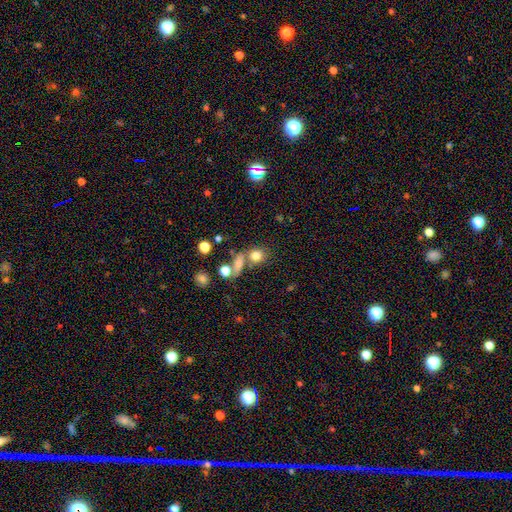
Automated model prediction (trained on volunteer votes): This appears to be a smooth galaxy with no disk features (77%) that is round (69%). Merging: none (53%).